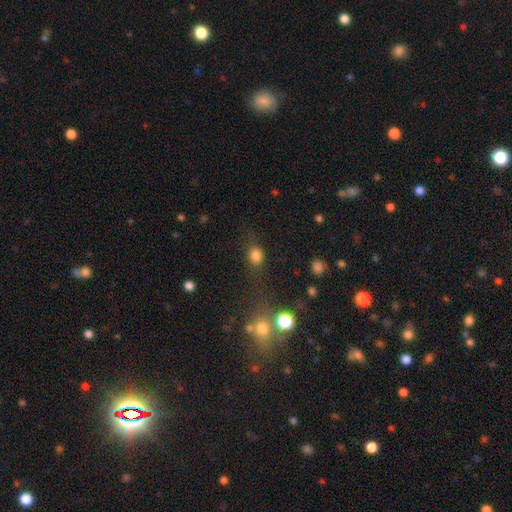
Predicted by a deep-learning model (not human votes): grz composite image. It shows a smooth galaxy with no disk features (78%) that is round (63%). Merging: none (67%).